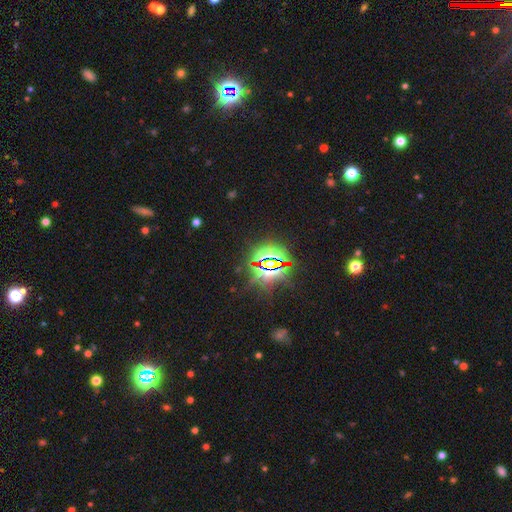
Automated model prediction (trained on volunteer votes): Smooth or featured?
  - star or artifact: 85% *
  - smooth: 8%
  - featured or disk: 6%